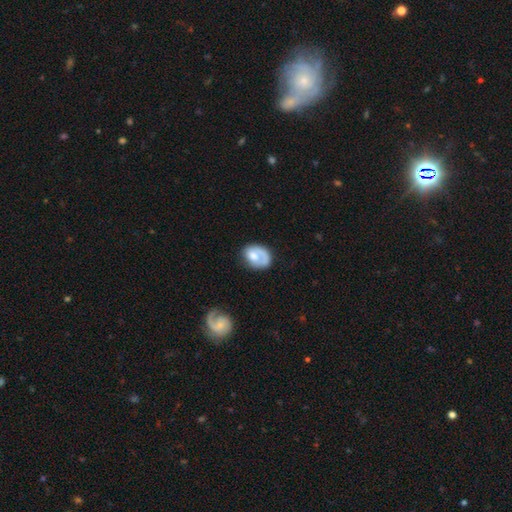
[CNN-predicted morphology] Q: Smooth or featured?
A: featured or disk (49%); runner-up: smooth (45%)
Q: Merging?
A: none (52%); runner-up: minor disturbance (23%)